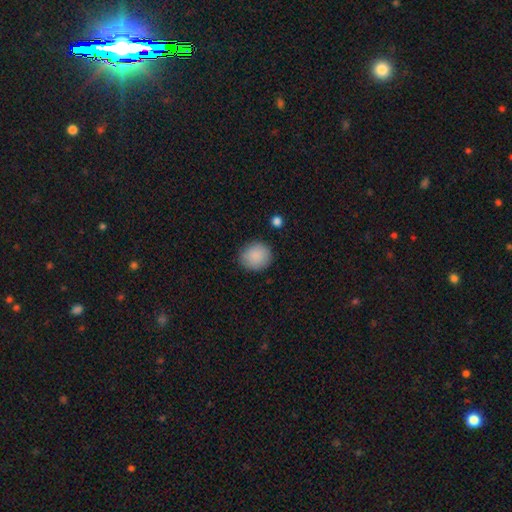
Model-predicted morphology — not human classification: smooth-or-featured: smooth: 89% | star or artifact: 7% | featured or disk: 4%
  how-rounded: round: 84% | in between: 15% | cigar-shaped: 1%
  merging: none: 87% | minor disturbance: 9% | major disturbance: 2% | merger: 2%